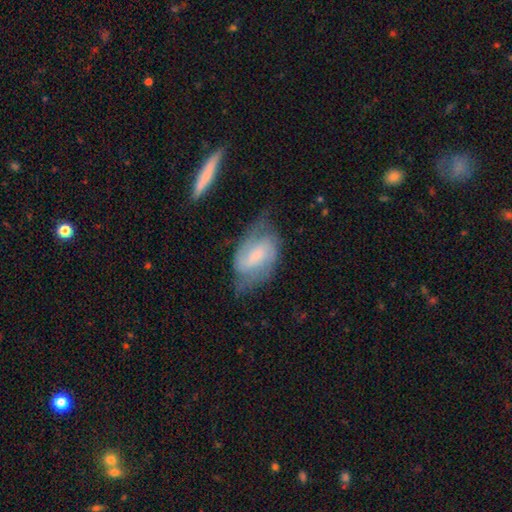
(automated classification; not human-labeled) Smooth or featured? Predicted: featured or disk (p=0.74). Edge-on disk? Predicted: no (p=0.96). Bar? Predicted: weak (p=0.50). Spiral arms? Predicted: yes (p=0.92). Spiral winding? Predicted: medium (p=0.48). Spiral arm count? Predicted: 2 (p=0.80). Bulge size? Predicted: small (p=0.58). Merging? Predicted: none (p=0.60).